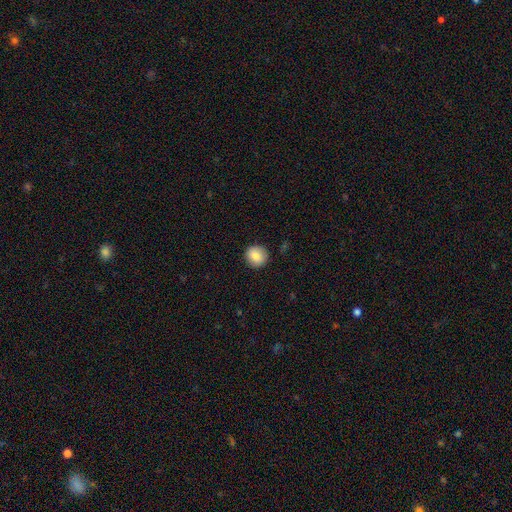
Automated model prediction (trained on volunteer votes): This appears to be a smooth galaxy with no disk features (85%) that is round (92%). Merging: none (90%).